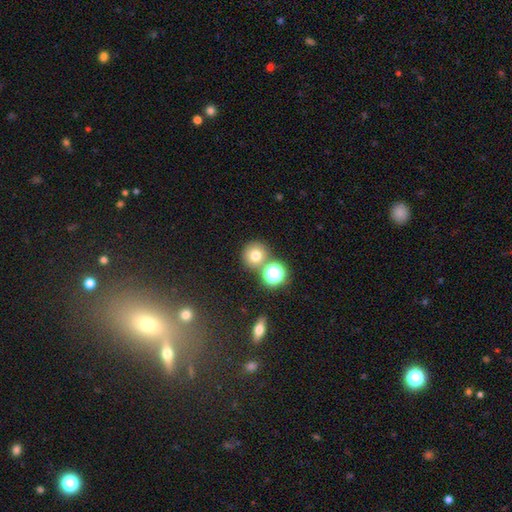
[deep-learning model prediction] A smooth galaxy with no disk features (72%) that is round (91%). Merging: none (72%).